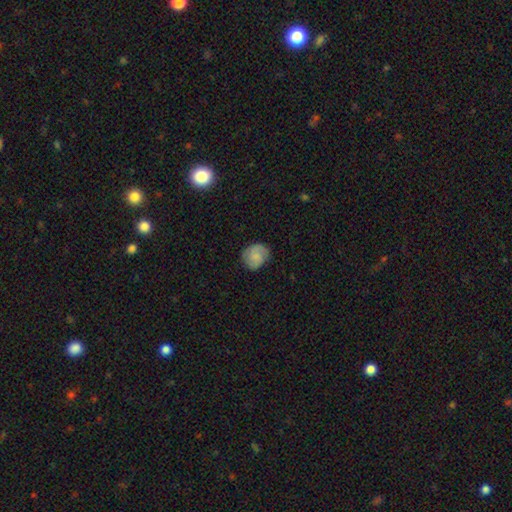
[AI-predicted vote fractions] Smooth or featured: smooth — 59% (featured or disk — 34%)
How rounded: round — 70% (in between — 29%)
Merging: none — 73% (minor disturbance — 20%)